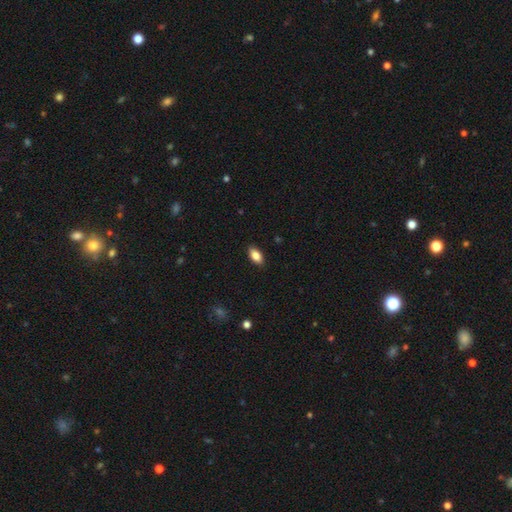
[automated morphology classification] smooth 85%, featured or disk 8%, star or artifact 7%. Down the decision tree: how rounded — in between (90%); merging — none (88%).